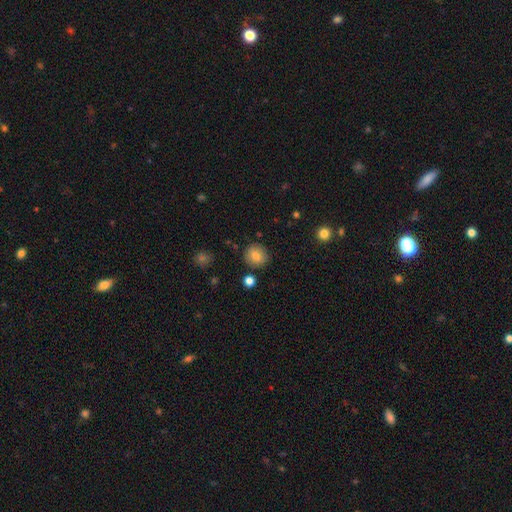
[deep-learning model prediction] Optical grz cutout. It shows a smooth galaxy with no disk features (81%) that is round (86%). Merging: none (86%).